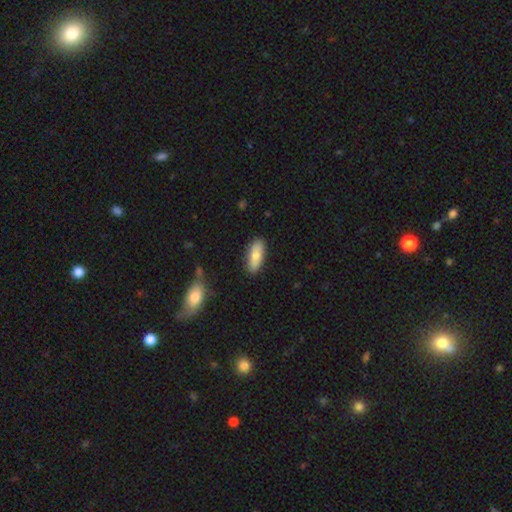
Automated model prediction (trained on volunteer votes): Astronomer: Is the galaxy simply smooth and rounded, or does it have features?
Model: smooth — 77%.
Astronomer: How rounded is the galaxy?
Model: in between — 77%.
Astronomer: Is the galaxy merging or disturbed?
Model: none — 86%.